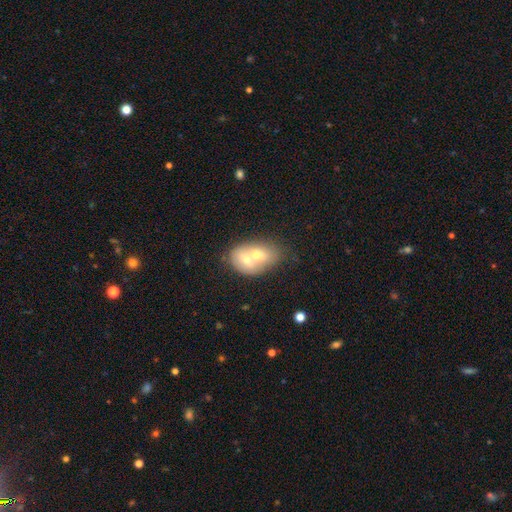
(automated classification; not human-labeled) Smooth or featured: smooth — 60% (featured or disk — 32%)
How rounded: in between — 71% (round — 27%)
Merging: merger — 71% (none — 17%)